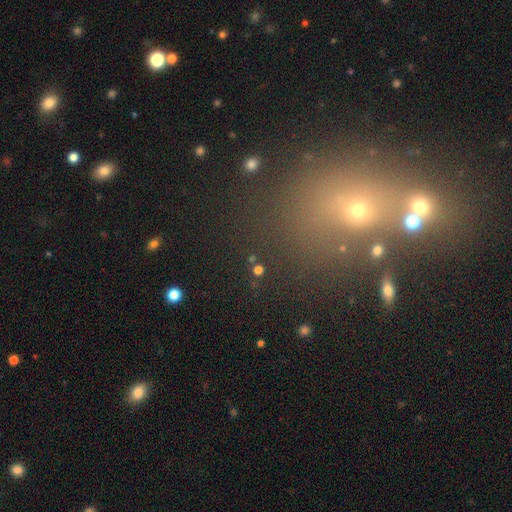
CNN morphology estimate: This is possibly a star or artifact rather than a galaxy (46%).